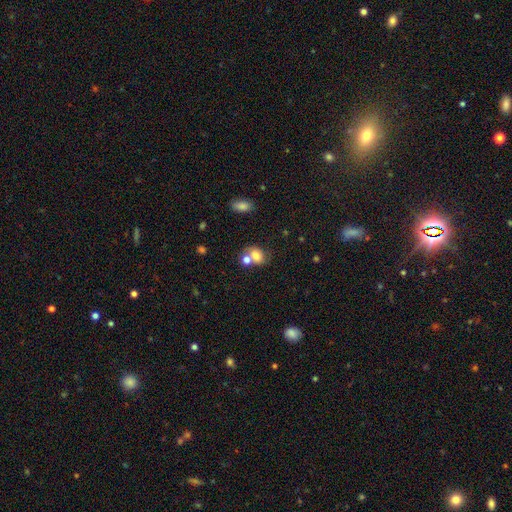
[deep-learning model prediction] smooth 72%, featured or disk 18%, star or artifact 11%. Down the decision tree: how rounded — in between (60%); merging — merger (45%).